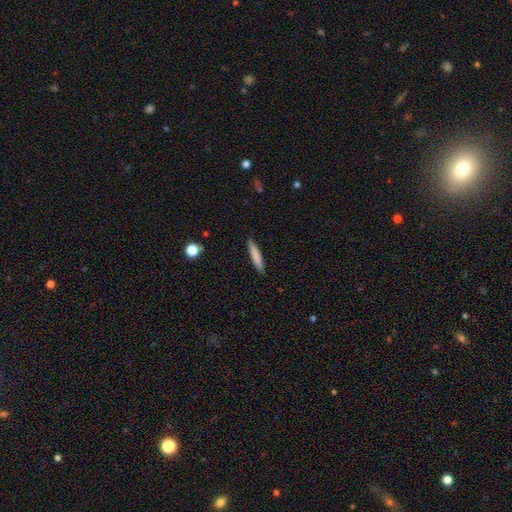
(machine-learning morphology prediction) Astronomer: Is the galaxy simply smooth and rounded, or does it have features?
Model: smooth — 80%.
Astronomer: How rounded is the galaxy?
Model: cigar-shaped — 91%.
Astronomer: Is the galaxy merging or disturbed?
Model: none — 89%.